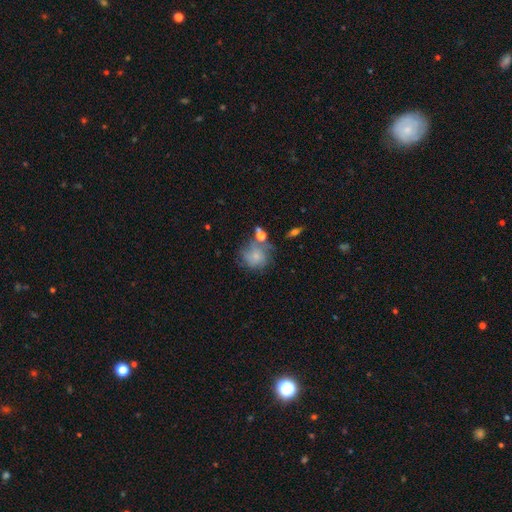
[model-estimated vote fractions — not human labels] Q: Smooth or featured?
A: smooth (54%); runner-up: featured or disk (34%)
Q: How rounded?
A: round (78%); runner-up: in between (21%)
Q: Merging?
A: none (50%); runner-up: minor disturbance (23%)